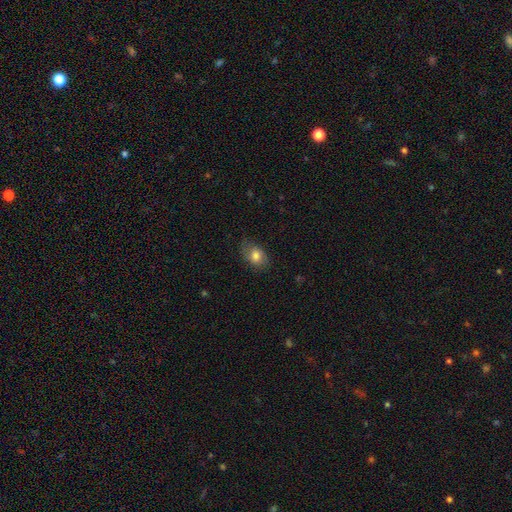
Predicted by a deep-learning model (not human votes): This is likely a smooth galaxy (78%). How rounded: likely in between (79%). Merging: likely none (67%).